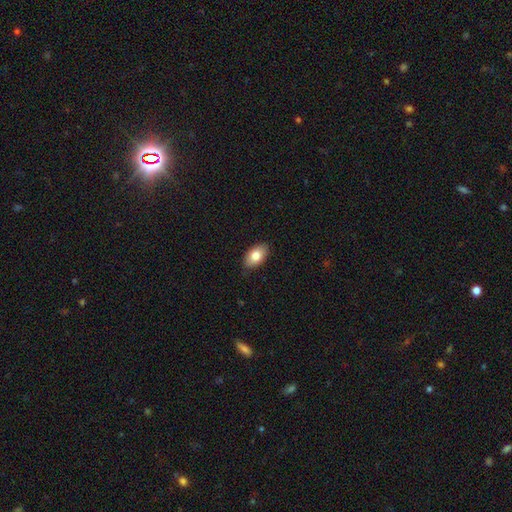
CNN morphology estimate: Smooth or featured? smooth (81%)
How rounded? in between (93%)
Merging? none (86%)